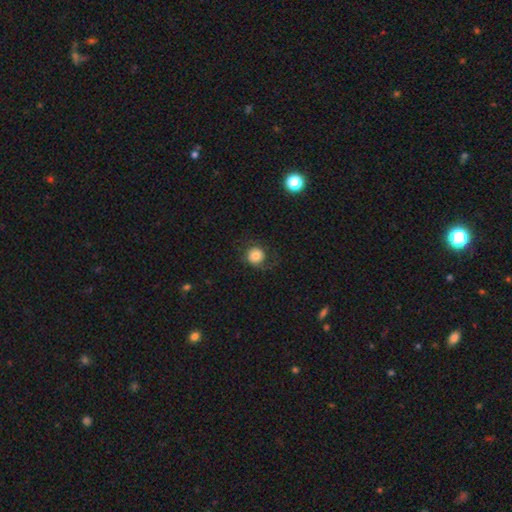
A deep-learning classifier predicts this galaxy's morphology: A smooth galaxy with no disk features (73%) that is round (90%).

Vote fractions:
- Smooth or featured? smooth: 73% / featured or disk: 18% / star or artifact: 9%
- How rounded? round: 90% / in between: 9% / cigar-shaped: 1%
- Merging? none: 69% / minor disturbance: 16% / major disturbance: 14% / merger: 1%